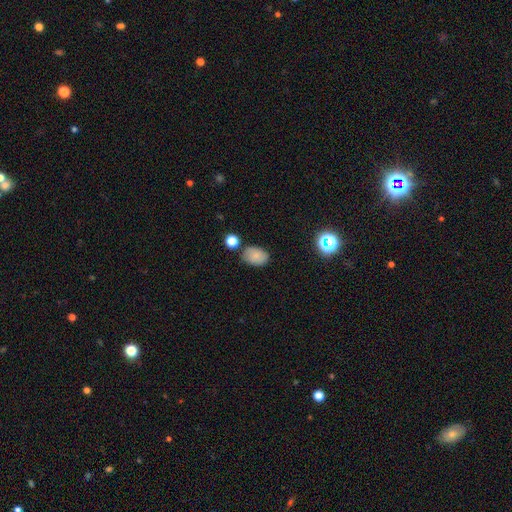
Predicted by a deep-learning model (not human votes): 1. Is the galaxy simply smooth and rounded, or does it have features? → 80% smooth, 10% star or artifact, 10% featured or disk.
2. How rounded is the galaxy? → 81% in between, 18% round, 1% cigar-shaped.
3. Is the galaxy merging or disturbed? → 72% none, 19% minor disturbance, 6% merger, 4% major disturbance.